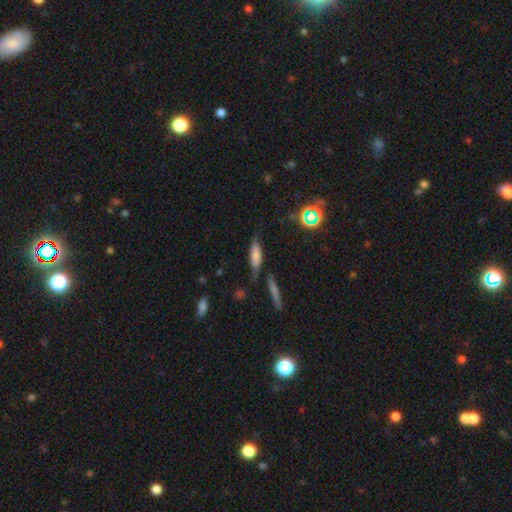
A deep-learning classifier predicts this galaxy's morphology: smooth 64%, featured or disk 24%, star or artifact 13%. Down the decision tree: how rounded — cigar-shaped (56%); merging — none (54%).